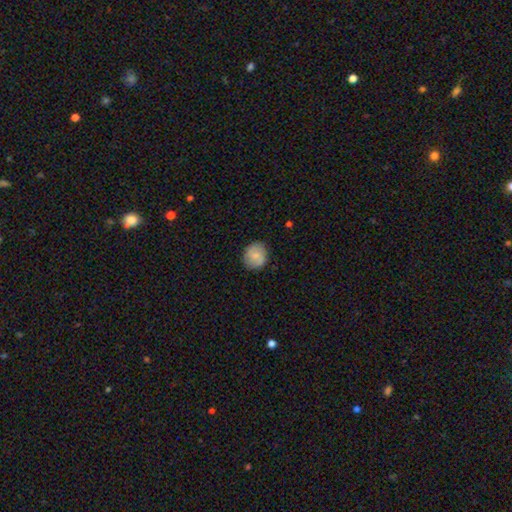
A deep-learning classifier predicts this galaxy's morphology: smooth 68%, featured or disk 25%, star or artifact 7%. Down the decision tree: how rounded — round (77%); merging — none (83%).